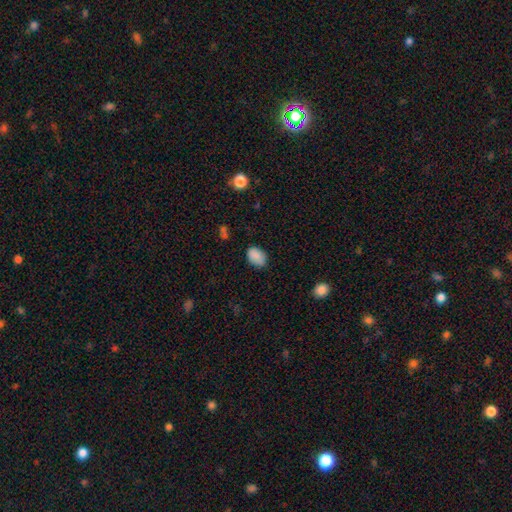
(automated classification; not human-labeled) This is clearly a smooth galaxy (87%). How rounded: clearly in between (83%). Merging: likely none (74%).